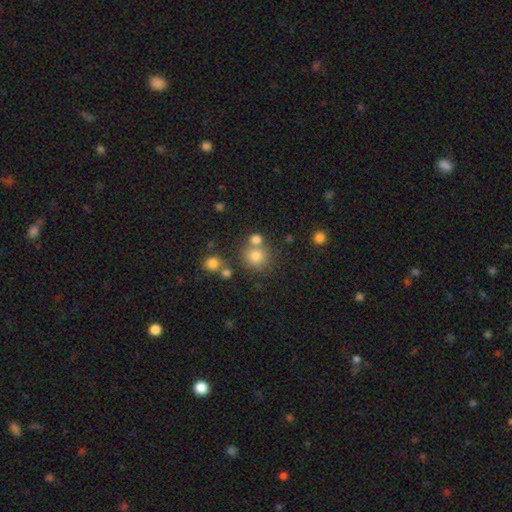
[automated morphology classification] smooth-or-featured: smooth: 77% | star or artifact: 14% | featured or disk: 9%
  how-rounded: round: 88% | in between: 11% | cigar-shaped: 1%
  merging: none: 64% | merger: 23% | minor disturbance: 9% | major disturbance: 4%